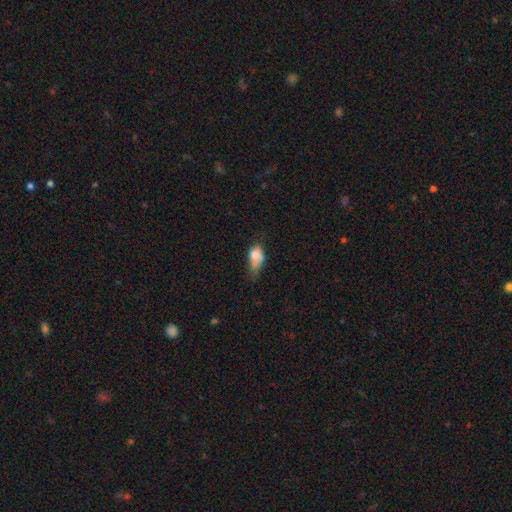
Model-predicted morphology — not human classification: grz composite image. It shows a smooth galaxy with no disk features (76%) that is in between round and cigar-shaped (83%). Merging: minor disturbance (42%).